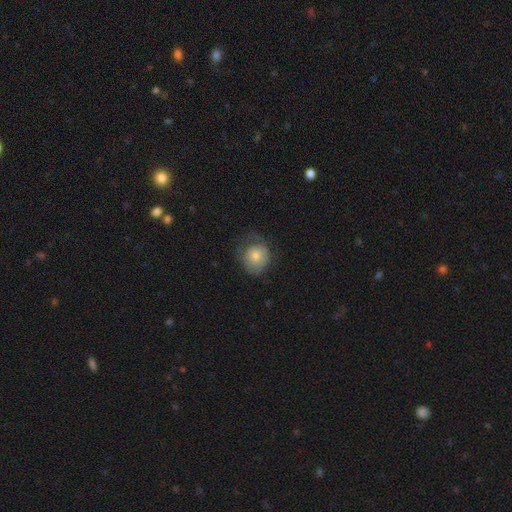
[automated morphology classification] type=smooth (69%); roundness=round (81%); merging=none (54%).